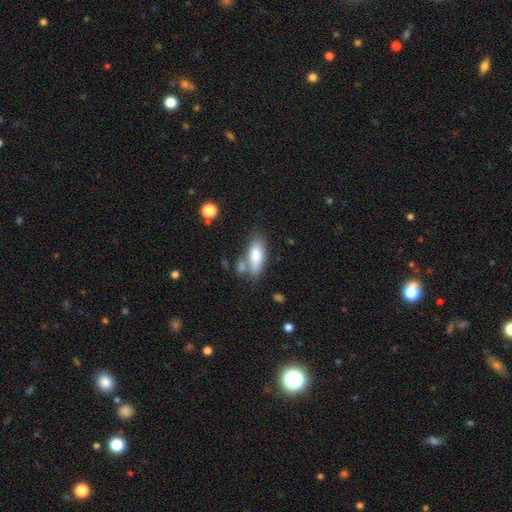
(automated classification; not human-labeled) Q: Smooth or featured?
A: smooth (77%); runner-up: featured or disk (17%)
Q: How rounded?
A: in between (73%); runner-up: cigar-shaped (25%)
Q: Merging?
A: none (53%); runner-up: merger (21%)